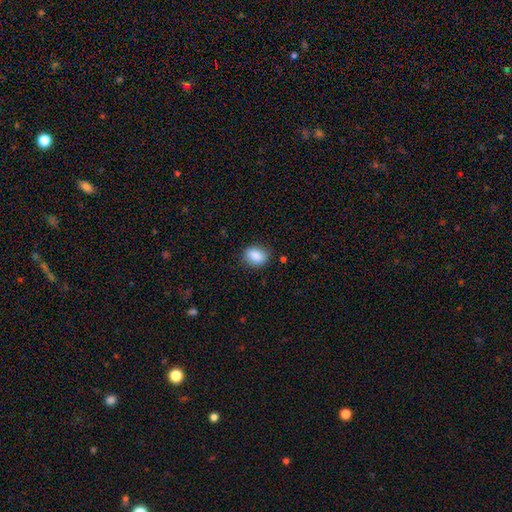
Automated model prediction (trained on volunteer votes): smooth 87%, star or artifact 8%, featured or disk 5%. Down the decision tree: how rounded — in between (69%); merging — none (82%).